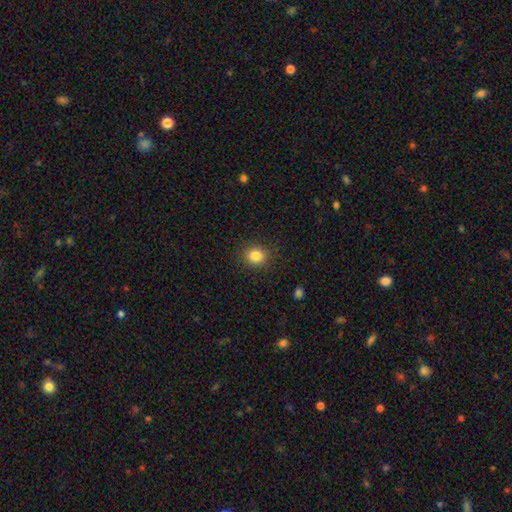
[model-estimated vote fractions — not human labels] smooth_or_featured: smooth (p=0.84) [alt: star or artifact p=0.11]
how_rounded: round (p=0.79) [alt: in between p=0.20]
merging: none (p=0.89) [alt: minor disturbance p=0.08]